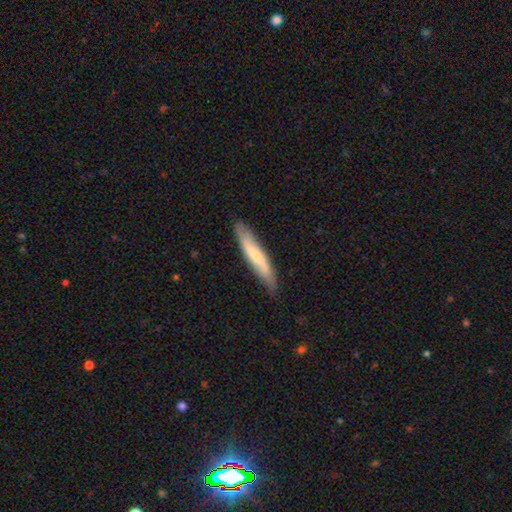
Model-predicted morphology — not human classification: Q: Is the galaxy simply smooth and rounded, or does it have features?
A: smooth — 60%.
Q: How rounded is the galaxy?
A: cigar-shaped — 89%.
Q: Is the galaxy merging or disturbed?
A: none — 81%.